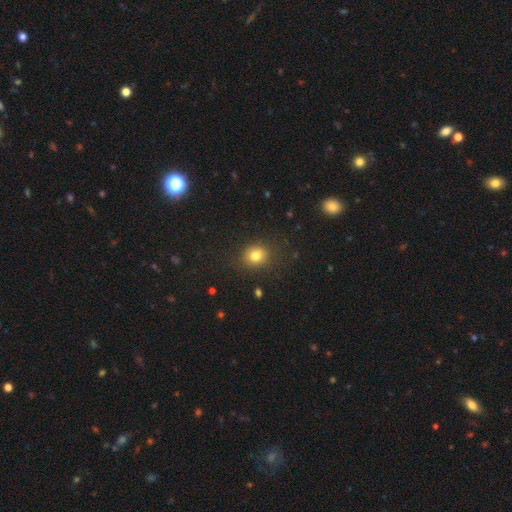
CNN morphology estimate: smooth_or_featured: smooth (p=0.79) [alt: star or artifact p=0.13]
how_rounded: round (p=0.71) [alt: in between p=0.28]
merging: none (p=0.85) [alt: minor disturbance p=0.10]